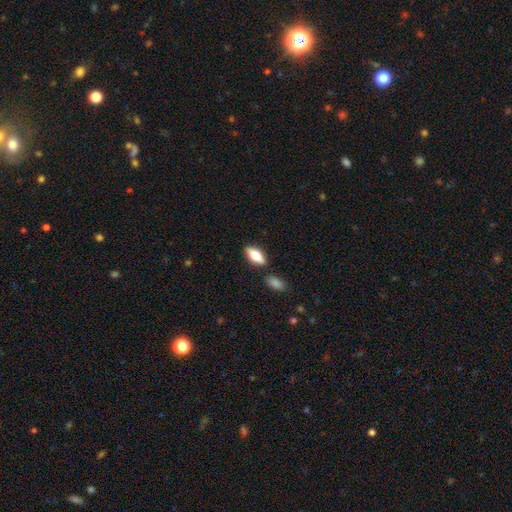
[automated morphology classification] Overall: smooth (65%; featured or disk 28%). How rounded: in between (78%). Merging: none (81%).